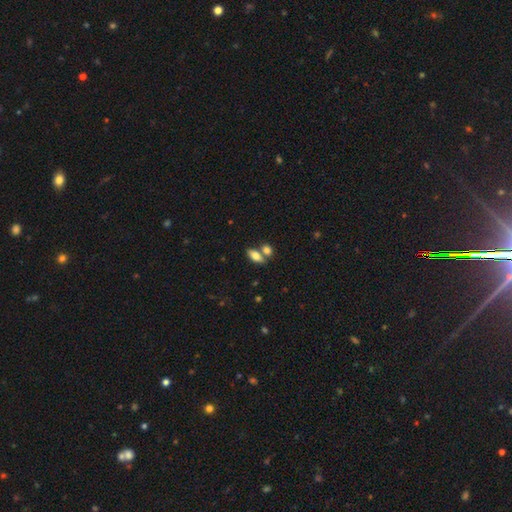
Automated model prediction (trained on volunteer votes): This appears to be a smooth galaxy with no disk features (79%) that is in between round and cigar-shaped (85%). Merging: none (50%).